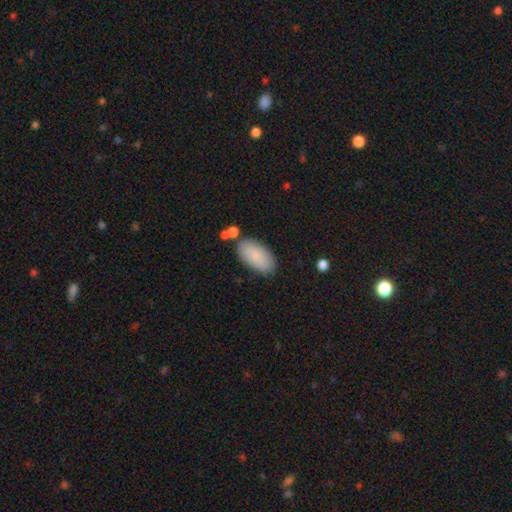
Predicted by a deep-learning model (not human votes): Smooth or featured?
  - smooth: 85% *
  - featured or disk: 9%
  - star or artifact: 6%
How rounded?
  - in between: 95% *
  - cigar-shaped: 3%
  - round: 2%
Merging?
  - none: 77% *
  - minor disturbance: 14%
  - merger: 5%
  - major disturbance: 3%